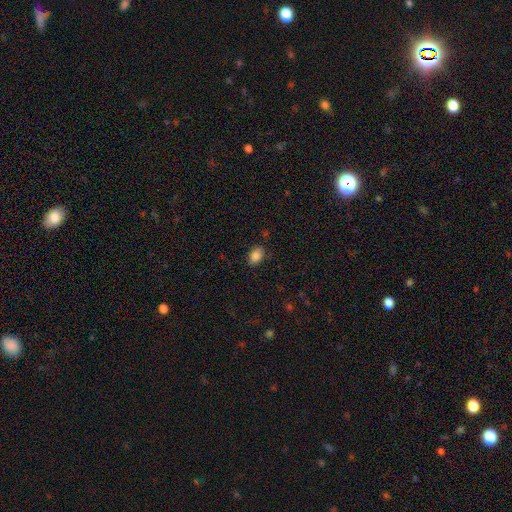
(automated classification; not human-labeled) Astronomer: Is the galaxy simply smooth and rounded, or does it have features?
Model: smooth — 86%.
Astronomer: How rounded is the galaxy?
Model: in between — 86%.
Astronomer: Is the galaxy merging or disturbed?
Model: none — 82%.